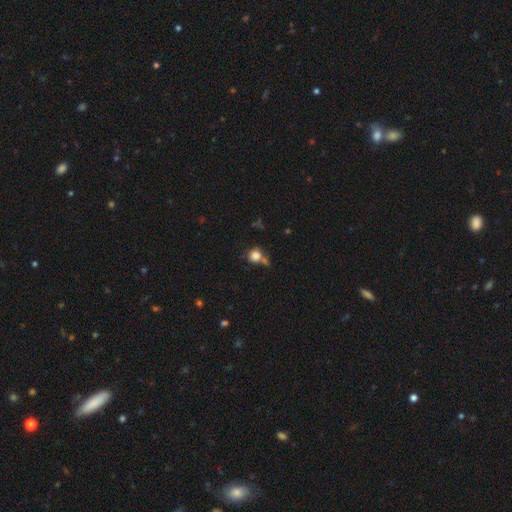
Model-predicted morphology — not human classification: smooth_or_featured: smooth (p=0.81) [alt: star or artifact p=0.11]
how_rounded: round (p=0.85) [alt: in between p=0.14]
merging: none (p=0.56) [alt: merger p=0.22]